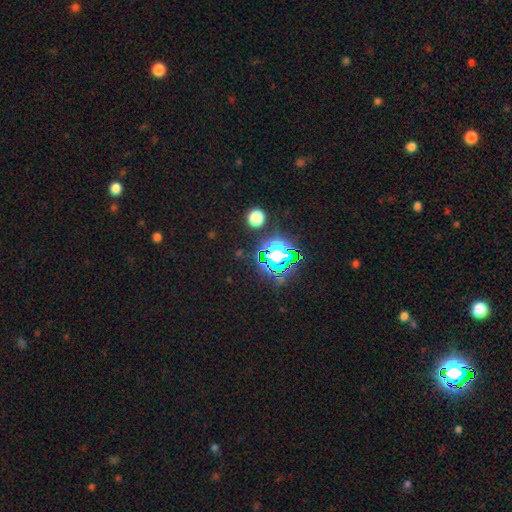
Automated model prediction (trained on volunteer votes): star or artifact 71%, smooth 21%, featured or disk 8%.